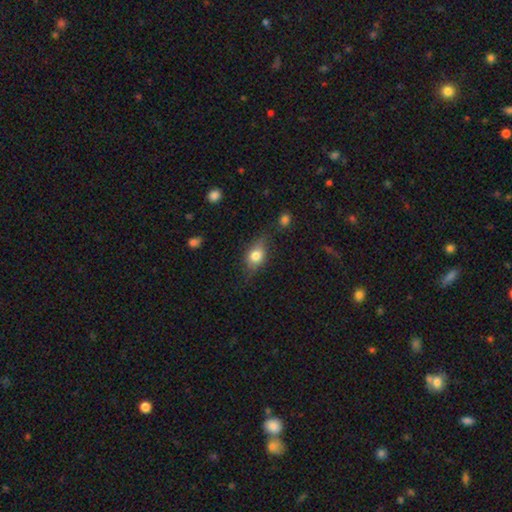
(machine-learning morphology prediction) This is likely a smooth galaxy (73%). How rounded: likely in between (73%). Merging: likely none (70%).